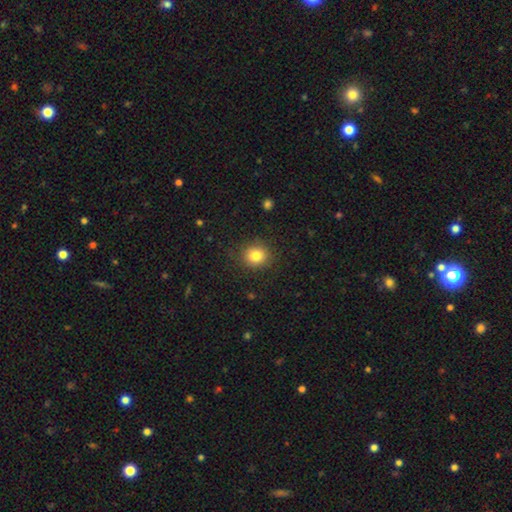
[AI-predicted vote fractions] smooth 82%, star or artifact 11%, featured or disk 7%. Down the decision tree: how rounded — round (83%); merging — none (87%).